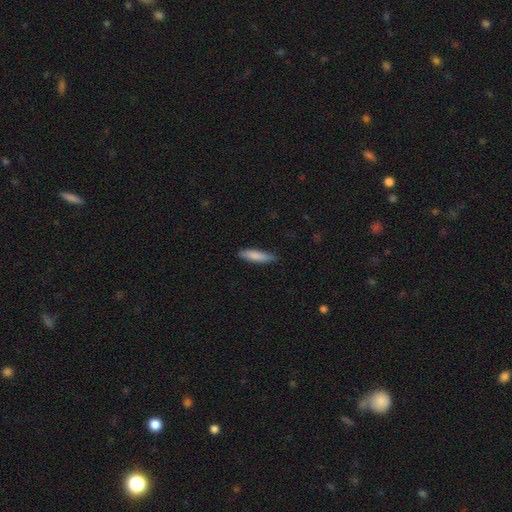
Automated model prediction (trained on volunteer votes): This is clearly a smooth galaxy (83%). How rounded: likely cigar-shaped (76%). Merging: clearly none (82%).